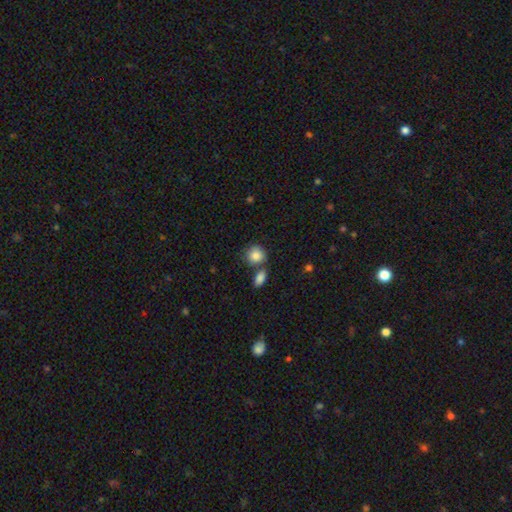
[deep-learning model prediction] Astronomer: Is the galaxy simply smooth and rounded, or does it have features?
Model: smooth — 87%.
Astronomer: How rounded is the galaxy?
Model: round — 75%.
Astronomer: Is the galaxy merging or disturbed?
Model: none — 59%.